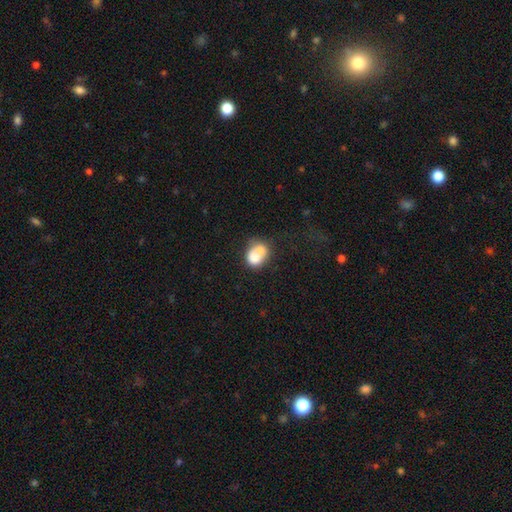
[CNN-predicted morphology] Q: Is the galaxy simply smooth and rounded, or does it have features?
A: smooth — 70%.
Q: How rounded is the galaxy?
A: round — 54%.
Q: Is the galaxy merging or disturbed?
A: merger — 58%.